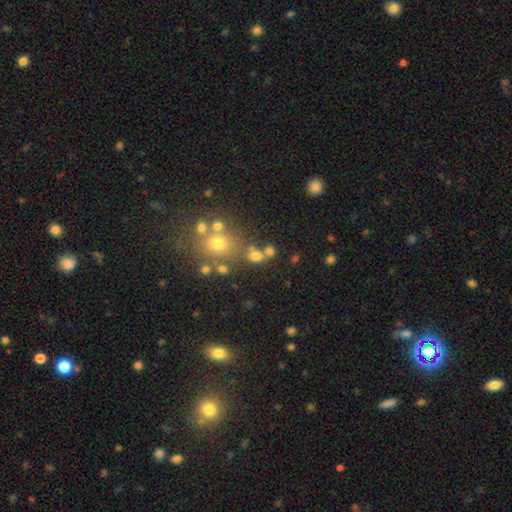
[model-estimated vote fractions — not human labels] Morphology: type=smooth (67%); roundness=round (59%); merging=none (51%).